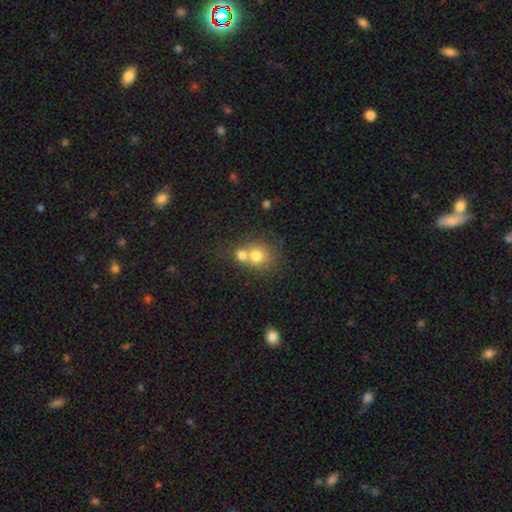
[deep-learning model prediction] This is likely a smooth galaxy (73%). How rounded: clearly round (82%). Merging: possibly merger (57%).